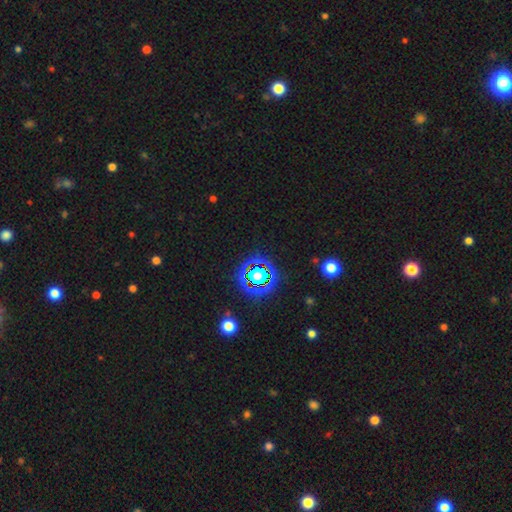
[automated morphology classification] This appears to be a star or artifact, not a galaxy (77%).